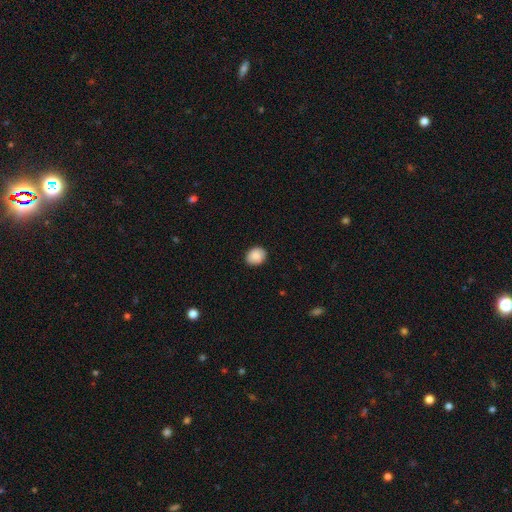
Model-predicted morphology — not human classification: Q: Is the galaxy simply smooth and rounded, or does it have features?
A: smooth — 88%.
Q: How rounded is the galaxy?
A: round — 57%.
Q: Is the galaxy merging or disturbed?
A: none — 88%.